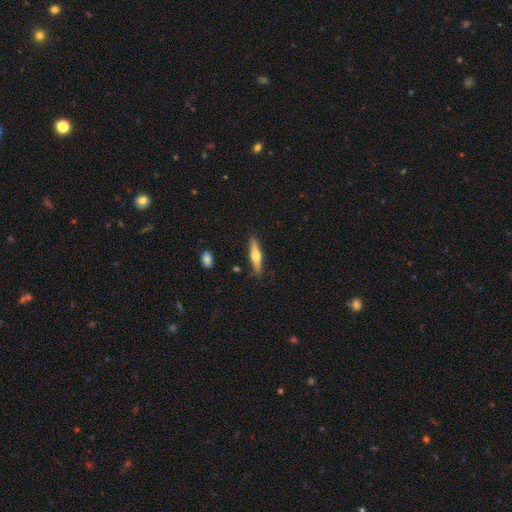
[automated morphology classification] This appears to be a featured or disk galaxy (54%) viewed edge-on (94%) with a rounded central bulge (94%). Merging: none (88%).